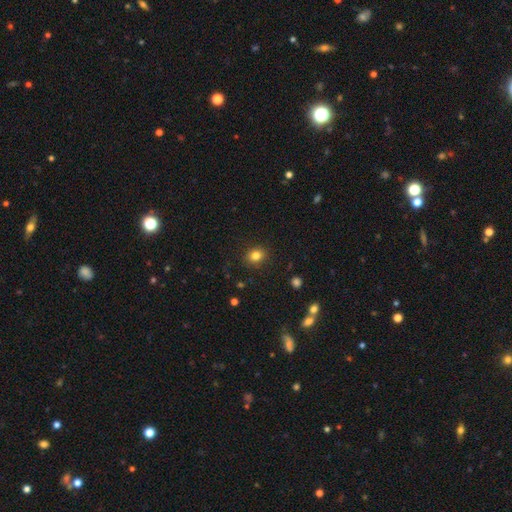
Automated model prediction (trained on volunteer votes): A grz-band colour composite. It shows a smooth galaxy with no disk features (82%) that is round (68%). Merging: none (89%).